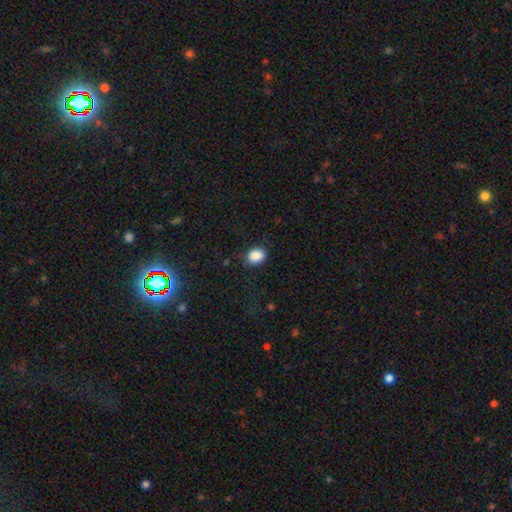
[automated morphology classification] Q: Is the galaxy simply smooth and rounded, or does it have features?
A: smooth — 88%.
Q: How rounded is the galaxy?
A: round — 54%.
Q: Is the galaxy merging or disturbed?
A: none — 81%.